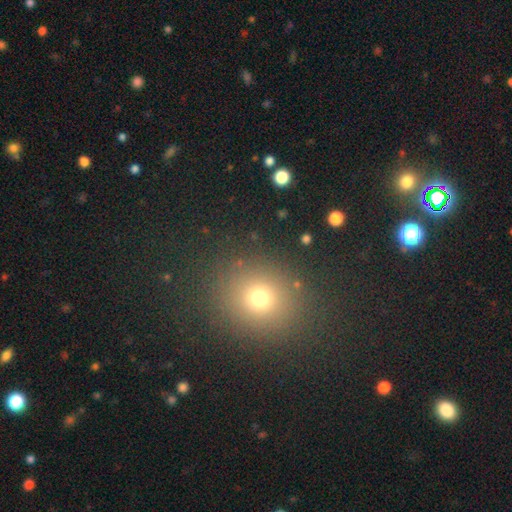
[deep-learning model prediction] The model was most divided on "smooth or featured": smooth: 61%, star or artifact: 32%, featured or disk: 7%. More confident: merging — none (90%); how rounded — round (79%).